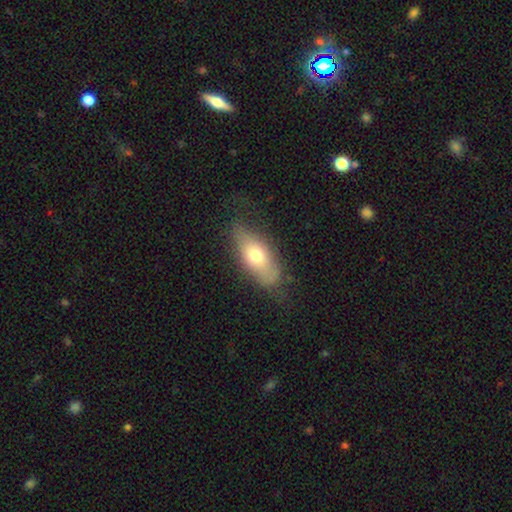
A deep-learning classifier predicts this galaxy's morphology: The model was most divided on "merging": none: 64%, minor disturbance: 24%, major disturbance: 10%, merger: 2%. More confident: how rounded — in between (81%); smooth or featured — smooth (67%).